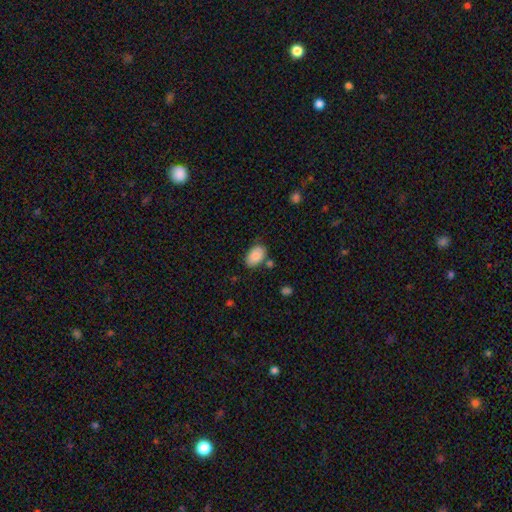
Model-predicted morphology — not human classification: A smooth galaxy with no disk features (86%) that is in between round and cigar-shaped (90%).

Vote fractions:
- Smooth or featured? smooth: 86% / featured or disk: 7% / star or artifact: 6%
- How rounded? in between: 90% / round: 9% / cigar-shaped: 1%
- Merging? none: 72% / minor disturbance: 18% / merger: 6% / major disturbance: 4%